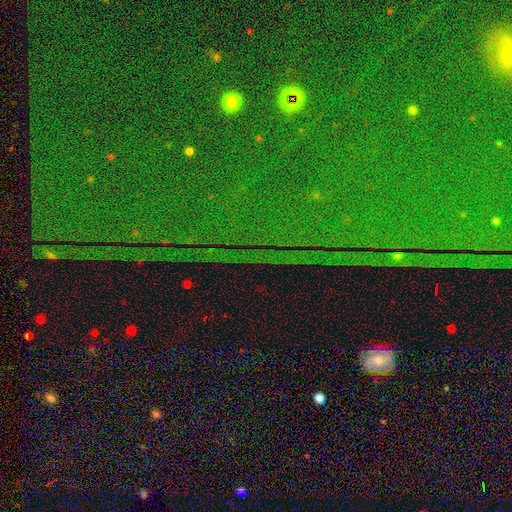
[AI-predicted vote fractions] star or artifact 84%, featured or disk 8%, smooth 8%.